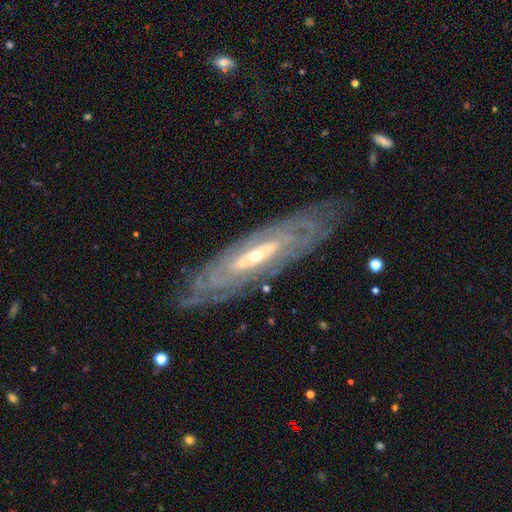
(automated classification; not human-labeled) A featured or disk galaxy (86%) with no bar (45%), tight (82%) spiral arms (91%) and a small central bulge (65%). Merging: none (81%).